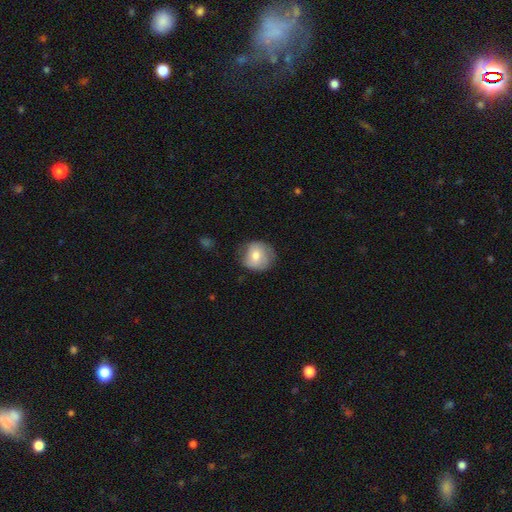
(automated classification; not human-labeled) smooth 70%, featured or disk 23%, star or artifact 8%. Down the decision tree: how rounded — round (83%); merging — none (68%).